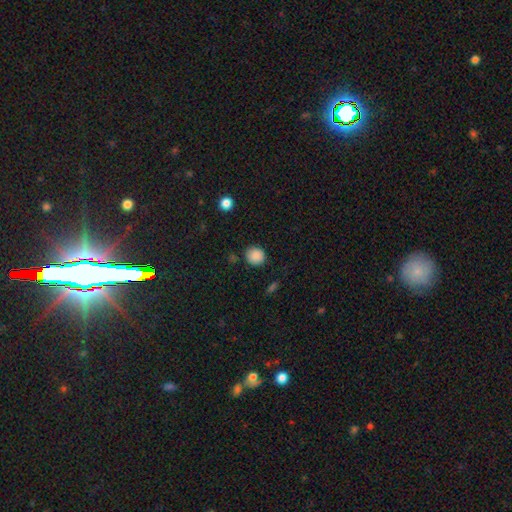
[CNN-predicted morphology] smooth_or_featured: smooth (p=0.87) [alt: star or artifact p=0.10]
how_rounded: round (p=0.83) [alt: in between p=0.16]
merging: none (p=0.84) [alt: minor disturbance p=0.11]